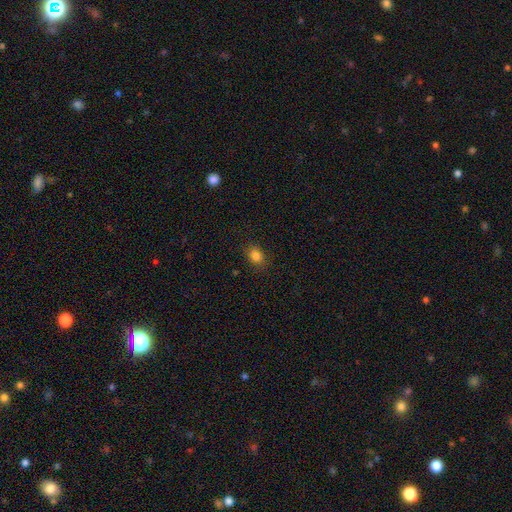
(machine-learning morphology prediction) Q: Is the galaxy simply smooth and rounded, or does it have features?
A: smooth — 83%.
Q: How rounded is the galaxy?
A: in between — 57%.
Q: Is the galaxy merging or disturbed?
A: none — 86%.